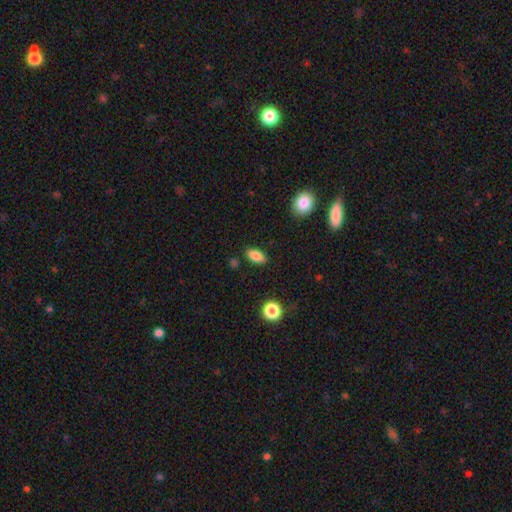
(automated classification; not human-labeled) The model was most divided on "smooth or featured": smooth: 84%, star or artifact: 9%, featured or disk: 7%. More confident: how rounded — in between (88%); merging — none (86%).